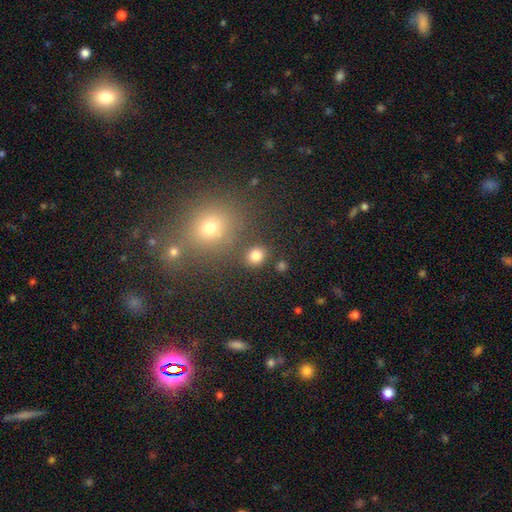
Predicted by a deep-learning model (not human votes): A smooth galaxy with no disk features (81%) that is round (71%).

Vote fractions:
- Smooth or featured? smooth: 81% / star or artifact: 13% / featured or disk: 6%
- How rounded? round: 71% / in between: 28% / cigar-shaped: 1%
- Merging? none: 81% / minor disturbance: 8% / merger: 7% / major disturbance: 3%